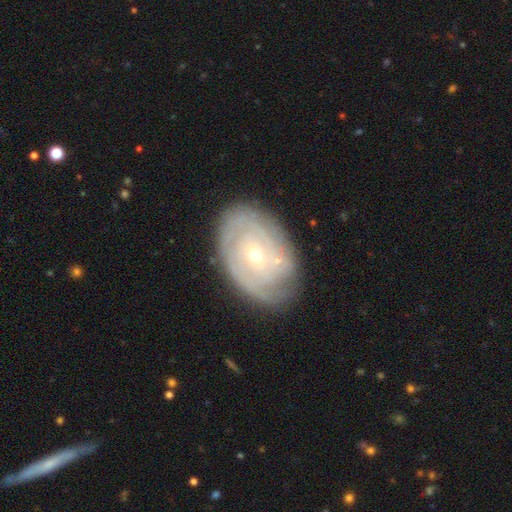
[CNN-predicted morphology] featured or disk 76%, smooth 18%, star or artifact 7%. Down the decision tree: edge-on disk — no (95%); bar — no (76%); spiral arms — yes (82%); spiral arm count — can't tell (46%); spiral winding — tight (74%); bulge size — small (63%); merging — none (77%).